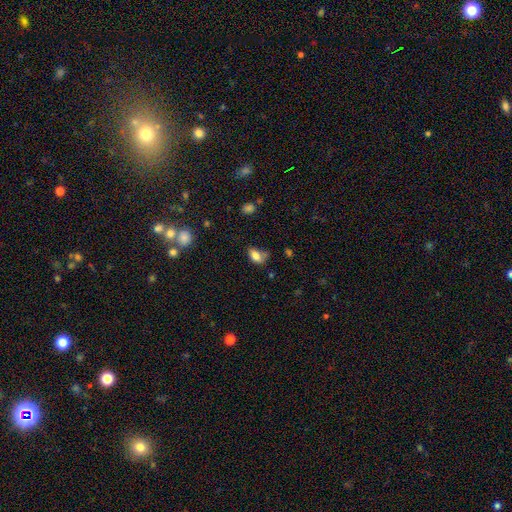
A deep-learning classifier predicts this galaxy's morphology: Smooth or featured? Predicted: smooth (p=0.80). How rounded? Predicted: in between (p=0.87). Merging? Predicted: none (p=0.42).